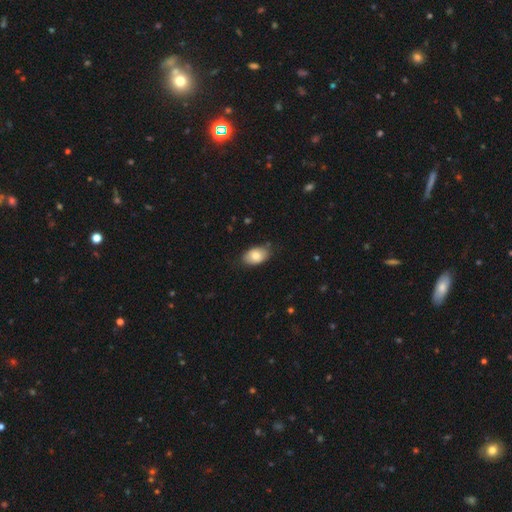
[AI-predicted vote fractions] Smooth or featured: smooth — 79% (featured or disk — 14%)
How rounded: in between — 90% (round — 9%)
Merging: none — 77% (minor disturbance — 18%)